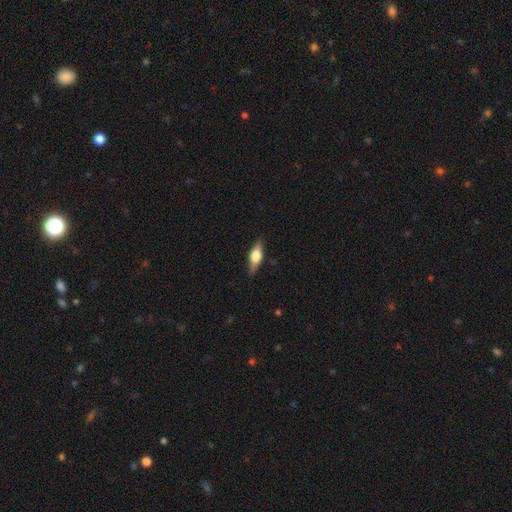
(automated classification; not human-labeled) Smooth or featured? Predicted: smooth (p=0.50). Merging? Predicted: none (p=0.84).